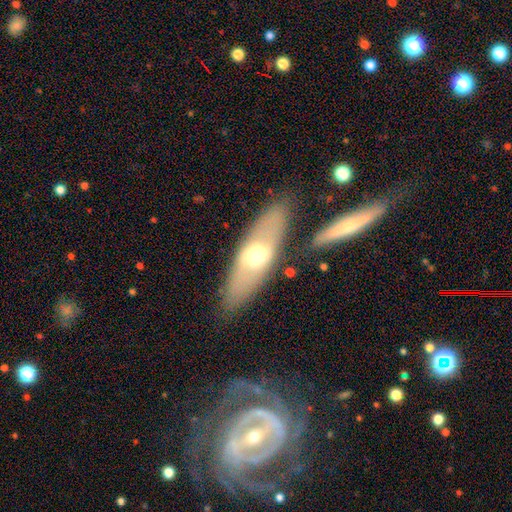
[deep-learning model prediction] The model was most divided on "smooth or featured": smooth: 51%, featured or disk: 42%, star or artifact: 7%. More confident: merging — none (81%); how rounded — in between (61%).